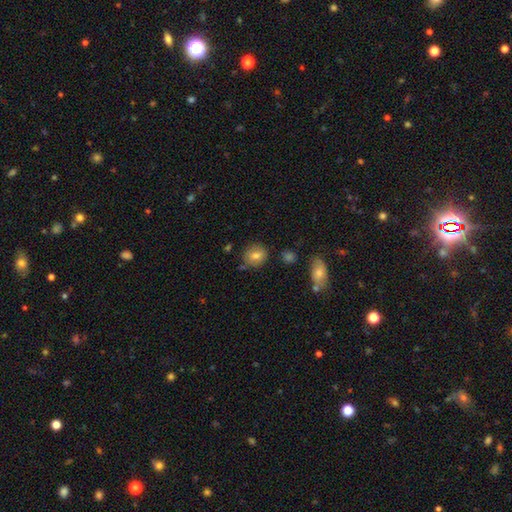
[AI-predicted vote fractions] This appears to be a smooth galaxy with no disk features (76%) that is round (73%). Merging: none (80%).